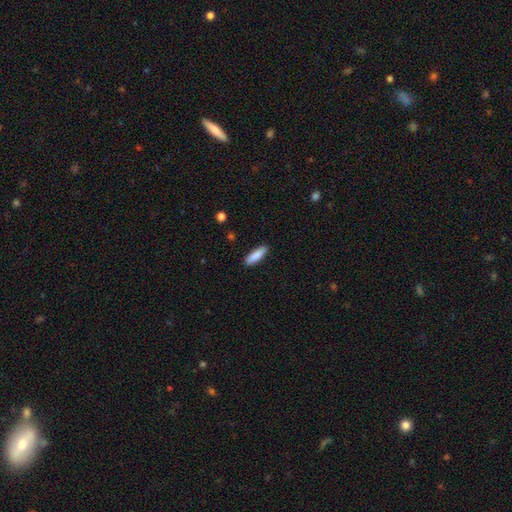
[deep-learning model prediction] The model was most divided on "how rounded": cigar-shaped: 60%, in between: 39%, round: 1%. More confident: merging — none (88%); smooth or featured — smooth (87%).